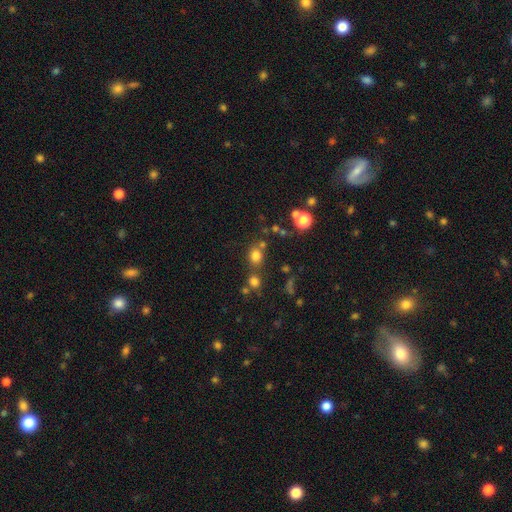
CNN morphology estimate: Smooth or featured? smooth (75%)
How rounded? round (69%)
Merging? none (66%)